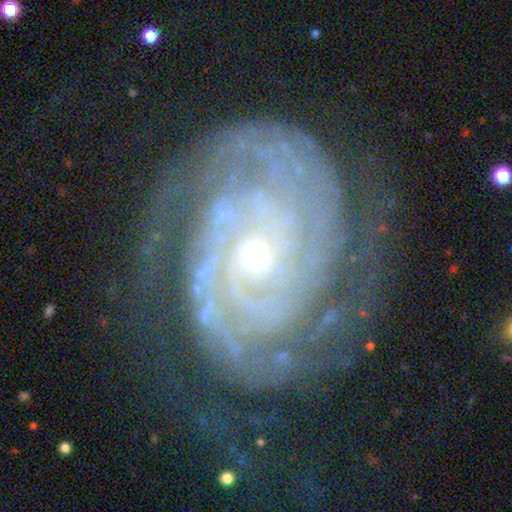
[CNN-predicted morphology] A featured or disk galaxy (91%) with no bar (72%), 2 (47%) tight (78%) spiral arms (98%) and a small central bulge (74%).

Vote fractions:
- Smooth or featured? featured or disk: 91% / star or artifact: 6% / smooth: 3%
- Edge-on disk? no: 97% / yes: 3%
- Bar? no: 72% / weak: 19% / strong: 9%
- Spiral arms? yes: 98% / no: 2%
- Spiral winding? tight: 78% / medium: 18% / loose: 3%
- Spiral arm count? 2: 47% / 3: 15% / can't tell: 15% / 4: 10% / more than 4: 7% / 1: 6%
- Bulge size? small: 74% / moderate: 22% / large: 2% / none: 2% / dominant: 1%
- Merging? none: 71% / minor disturbance: 17% / major disturbance: 10% / merger: 2%